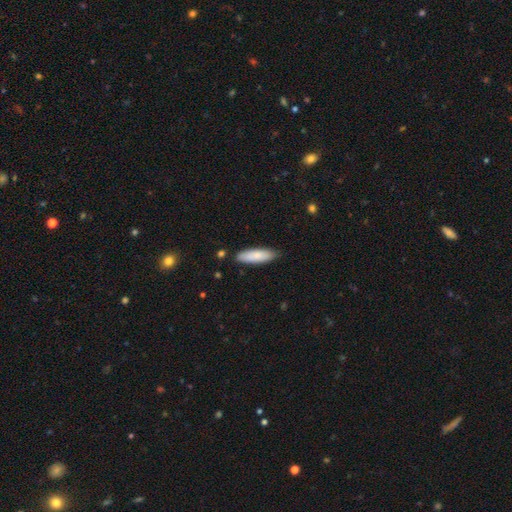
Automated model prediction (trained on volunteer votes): Smooth or featured? Predicted: smooth (p=0.82). How rounded? Predicted: cigar-shaped (p=0.59). Merging? Predicted: none (p=0.84).